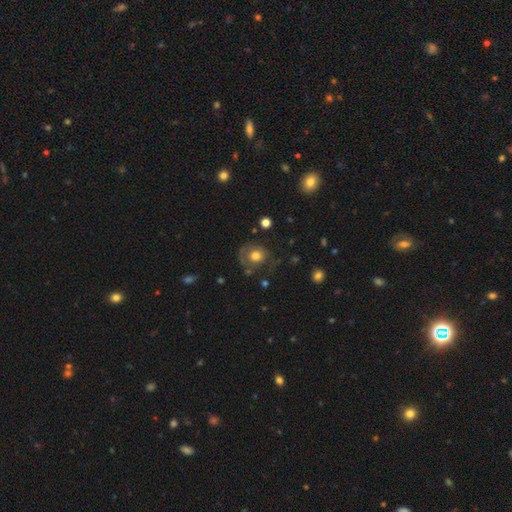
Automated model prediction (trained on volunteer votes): smooth_or_featured: smooth (p=0.62) [alt: featured or disk p=0.28]
how_rounded: round (p=0.80) [alt: in between p=0.19]
merging: none (p=0.58) [alt: minor disturbance p=0.22]